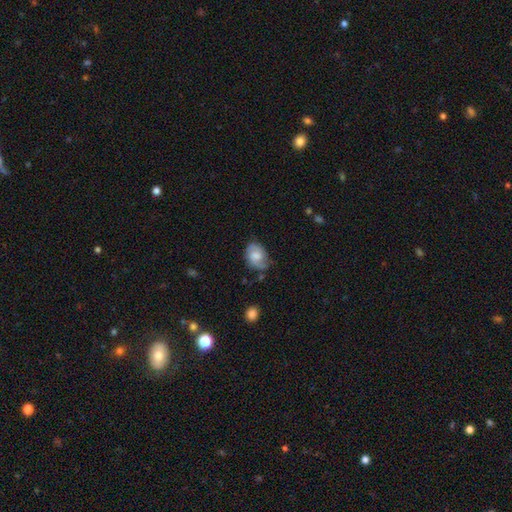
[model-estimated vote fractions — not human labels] Smooth or featured? Predicted: smooth (p=0.49). Merging? Predicted: none (p=0.60).